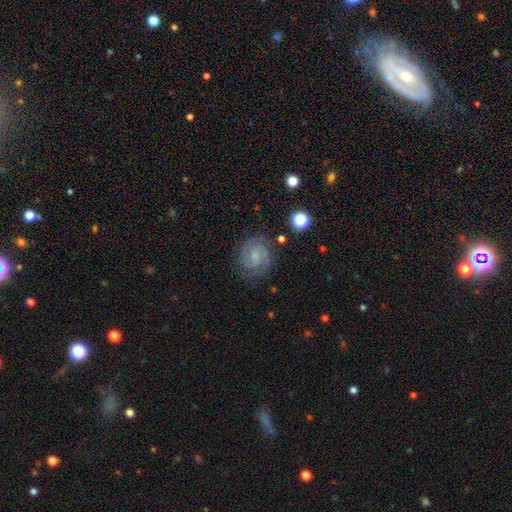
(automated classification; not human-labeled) Smooth or featured? featured or disk (80%)
Edge-on disk? no (98%)
Bar? no (52%)
Spiral arms? yes (97%)
Spiral winding? tight (56%)
Spiral arm count? 2 (77%)
Bulge size? small (52%)
Merging? none (82%)